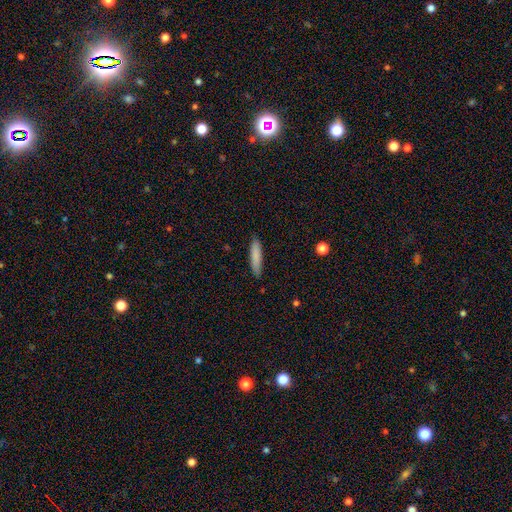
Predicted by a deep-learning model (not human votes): A smooth galaxy with no disk features (84%) that is cigar-shaped (82%).

Vote fractions:
- Smooth or featured? smooth: 84% / featured or disk: 10% / star or artifact: 6%
- How rounded? cigar-shaped: 82% / in between: 16% / round: 1%
- Merging? none: 87% / minor disturbance: 10% / major disturbance: 2% / merger: 1%